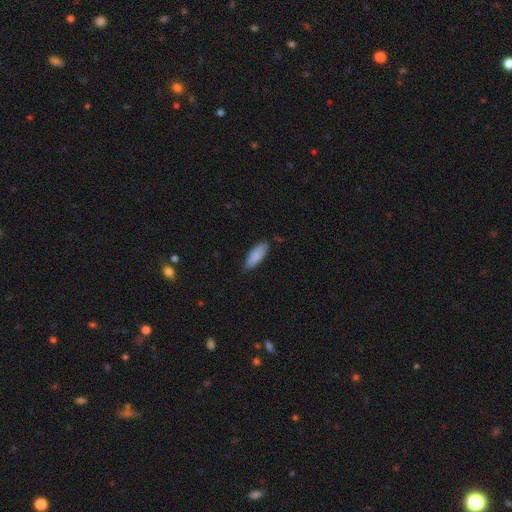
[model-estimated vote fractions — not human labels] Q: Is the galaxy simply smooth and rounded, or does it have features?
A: smooth — 88%.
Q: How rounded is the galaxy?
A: in between — 74%.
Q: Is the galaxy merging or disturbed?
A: none — 79%.